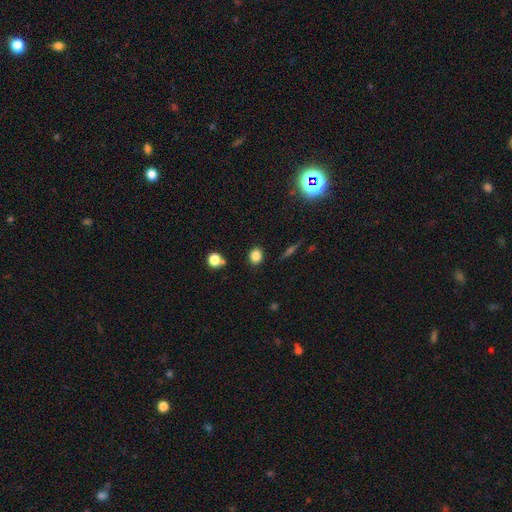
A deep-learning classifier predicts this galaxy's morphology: smooth_or_featured: smooth (p=0.82) [alt: star or artifact p=0.13]
how_rounded: round (p=0.73) [alt: in between p=0.26]
merging: none (p=0.85) [alt: minor disturbance p=0.09]